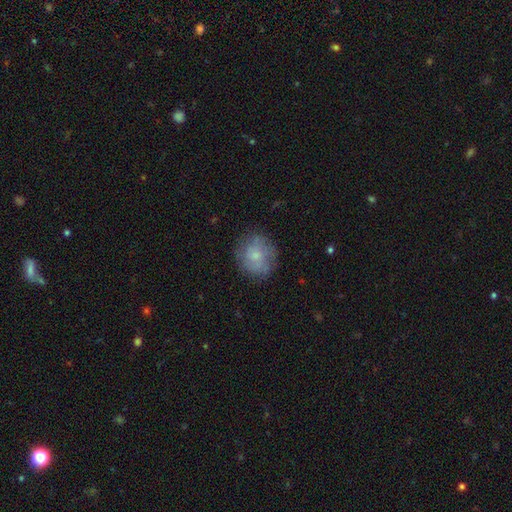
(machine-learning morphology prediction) Q: Smooth or featured?
A: smooth (62%); runner-up: featured or disk (30%)
Q: How rounded?
A: round (84%); runner-up: in between (15%)
Q: Merging?
A: none (74%); runner-up: minor disturbance (18%)